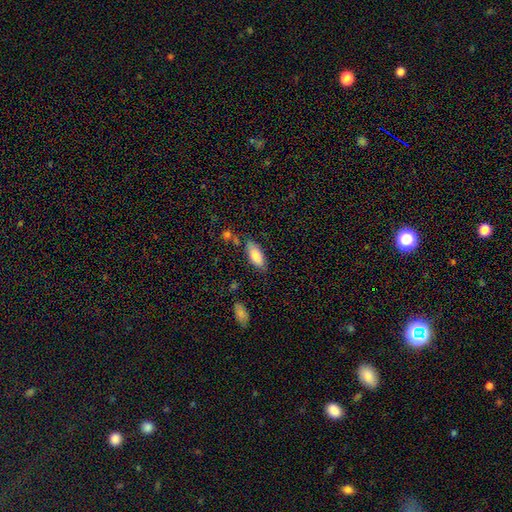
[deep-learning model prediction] The model was most divided on "merging": none: 72%, minor disturbance: 19%, merger: 5%, major disturbance: 5%. More confident: smooth or featured — smooth (82%); how rounded — in between (81%).